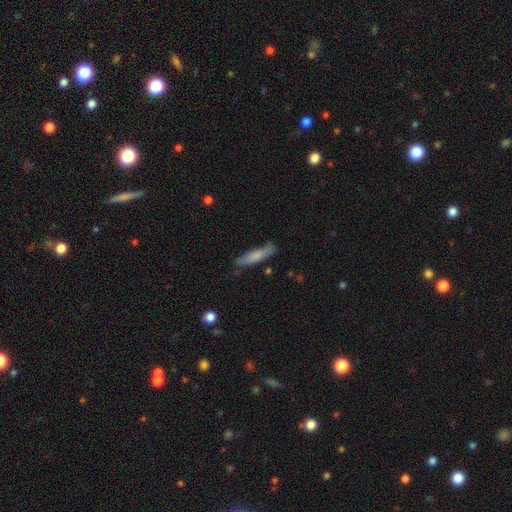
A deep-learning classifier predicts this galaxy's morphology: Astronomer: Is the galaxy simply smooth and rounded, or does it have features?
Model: smooth — 72%.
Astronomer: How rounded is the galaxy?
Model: cigar-shaped — 84%.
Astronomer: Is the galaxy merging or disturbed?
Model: none — 77%.